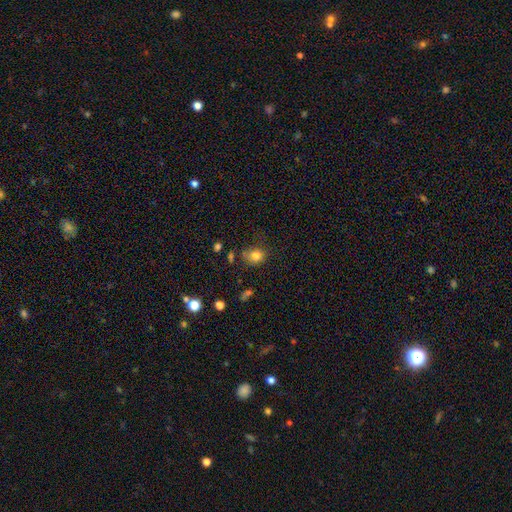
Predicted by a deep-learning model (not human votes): Smooth or featured? smooth (80%)
How rounded? round (65%)
Merging? none (64%)